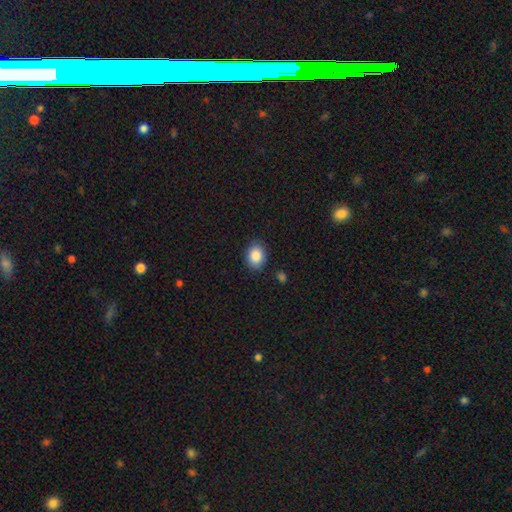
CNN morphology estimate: Smooth or featured? Predicted: smooth (p=0.87). How rounded? Predicted: in between (p=0.63). Merging? Predicted: none (p=0.87).